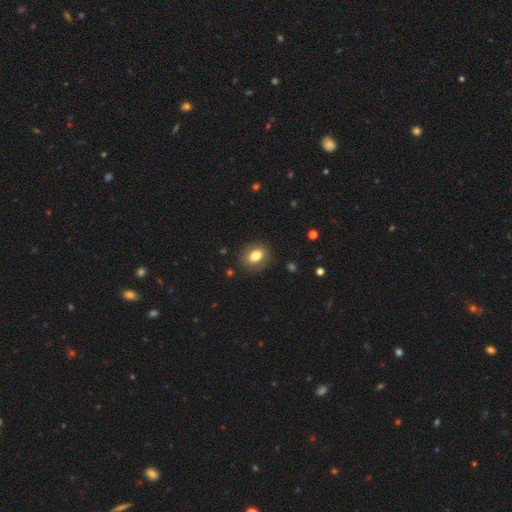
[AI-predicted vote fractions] This appears to be a smooth galaxy with no disk features (77%) that is in between round and cigar-shaped (61%). Merging: none (85%).